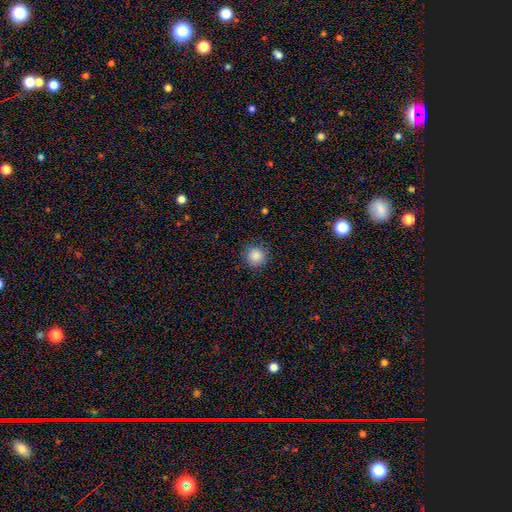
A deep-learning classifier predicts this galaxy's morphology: This is clearly a smooth galaxy (86%). How rounded: clearly round (95%). Merging: clearly none (90%).